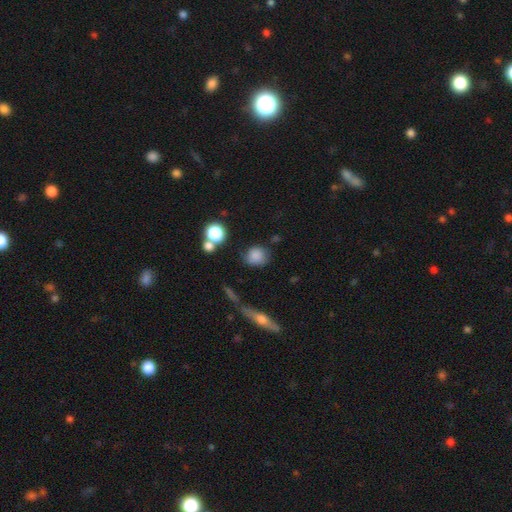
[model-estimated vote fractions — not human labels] Smooth or featured? Predicted: smooth (p=0.80). How rounded? Predicted: round (p=0.74). Merging? Predicted: none (p=0.71).